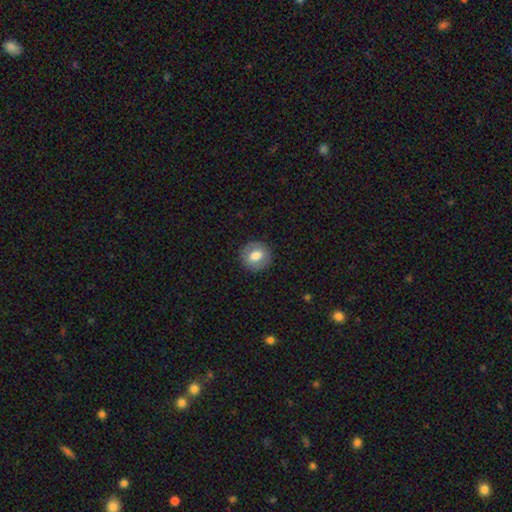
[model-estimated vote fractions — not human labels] Overall: smooth (70%). How rounded: round (81%). Merging: none (88%).